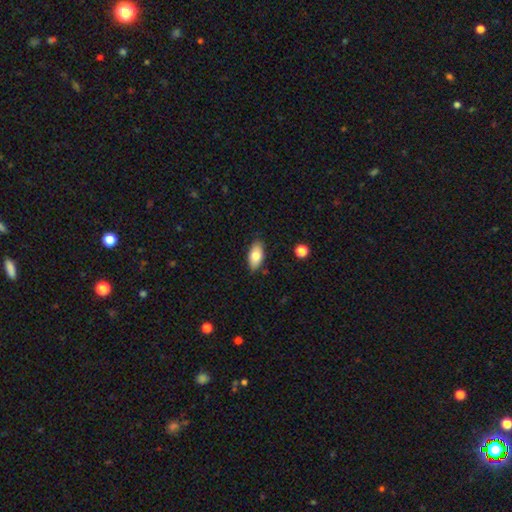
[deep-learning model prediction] The model was most divided on "smooth or featured": smooth: 79%, featured or disk: 14%, star or artifact: 7%. More confident: how rounded — in between (92%); merging — none (84%).